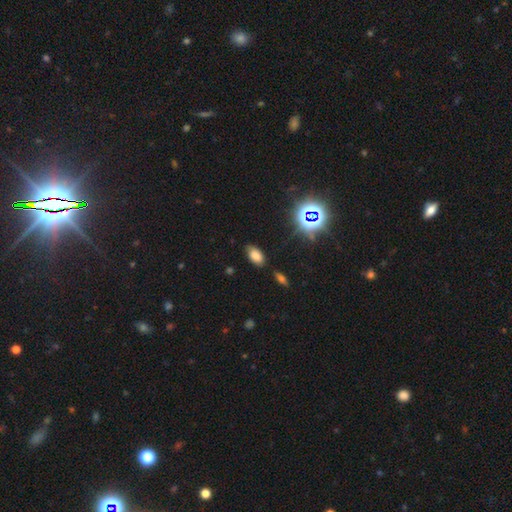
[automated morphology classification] This appears to be a smooth galaxy with no disk features (72%) that is in between round and cigar-shaped (92%). Merging: none (78%).